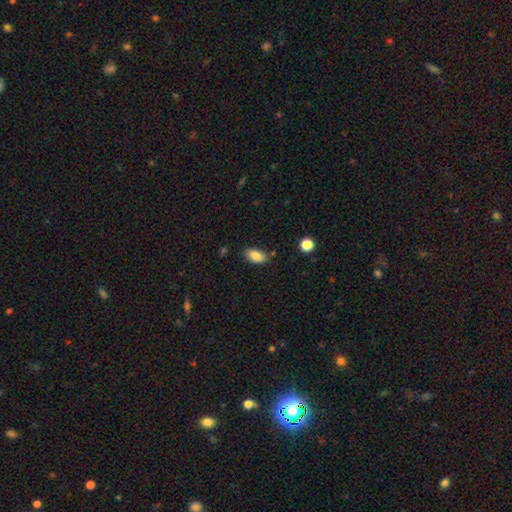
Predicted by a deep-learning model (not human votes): Morphology: type=smooth (85%); roundness=in between (91%); merging=none (79%).